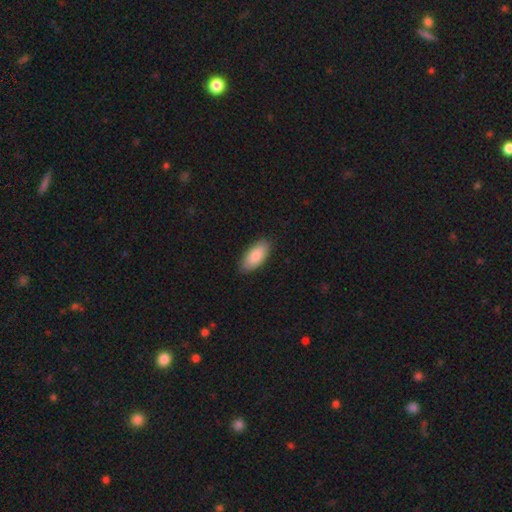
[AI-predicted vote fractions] The model was most divided on "smooth or featured": smooth: 85%, featured or disk: 9%, star or artifact: 6%. More confident: how rounded — in between (91%); merging — none (87%).